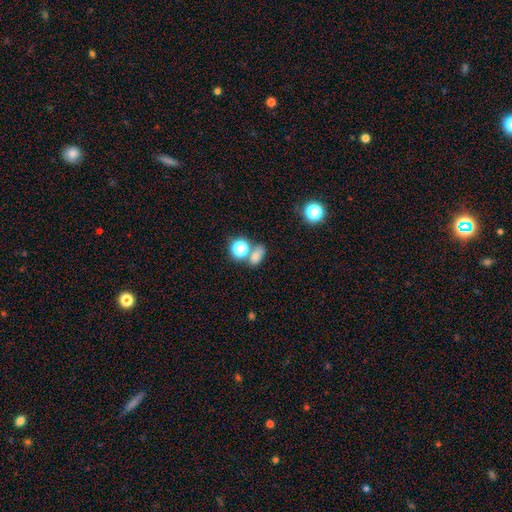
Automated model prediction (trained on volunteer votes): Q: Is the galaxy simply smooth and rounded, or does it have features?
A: smooth — 70%.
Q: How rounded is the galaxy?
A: in between — 69%.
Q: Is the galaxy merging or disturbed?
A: none — 55%.